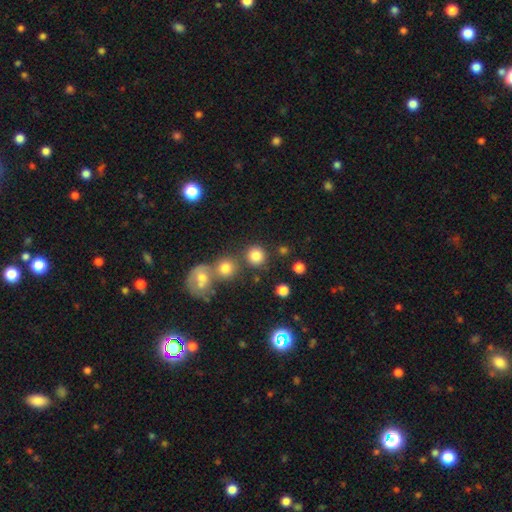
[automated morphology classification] Overall: smooth (82%). How rounded: round (90%). Merging: none (73%).